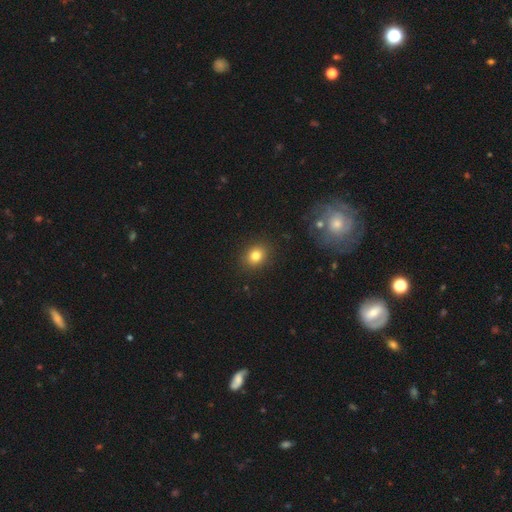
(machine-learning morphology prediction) Smooth or featured? smooth (82%)
How rounded? round (60%)
Merging? none (88%)